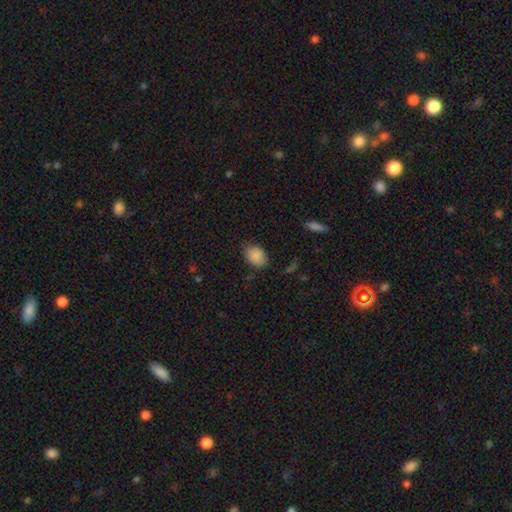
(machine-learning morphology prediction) smooth 87%, star or artifact 8%, featured or disk 5%. Down the decision tree: how rounded — in between (73%); merging — none (75%).